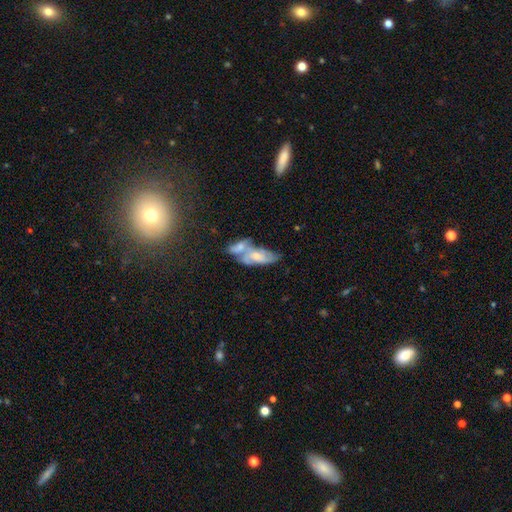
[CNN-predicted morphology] This appears to be a featured or disk galaxy (49%). Merging: merger (63%).